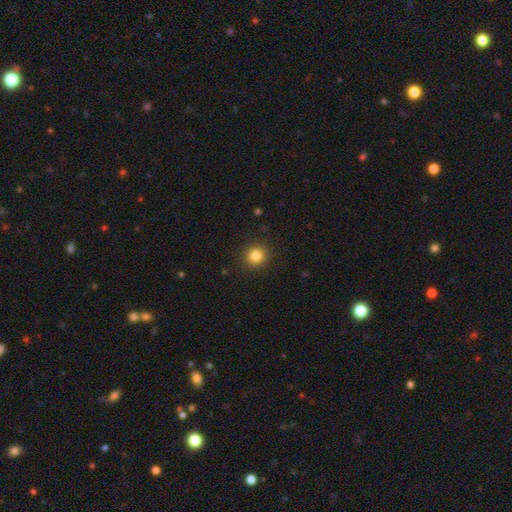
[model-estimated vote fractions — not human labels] This appears to be a smooth galaxy with no disk features (83%) that is round (89%). Merging: none (91%).